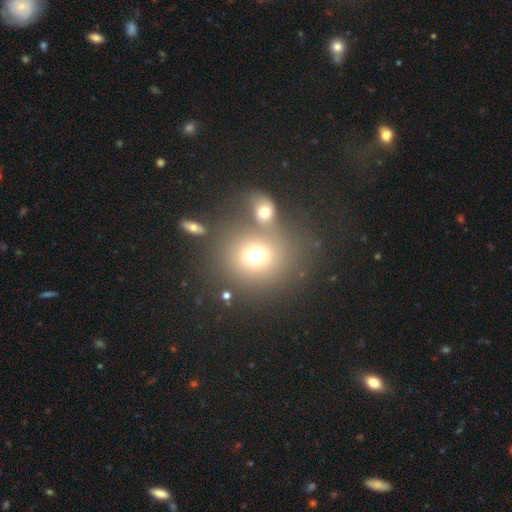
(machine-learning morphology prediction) Smooth or featured: smooth — 69% (star or artifact — 17%)
How rounded: round — 79% (in between — 20%)
Merging: none — 50% (merger — 34%)